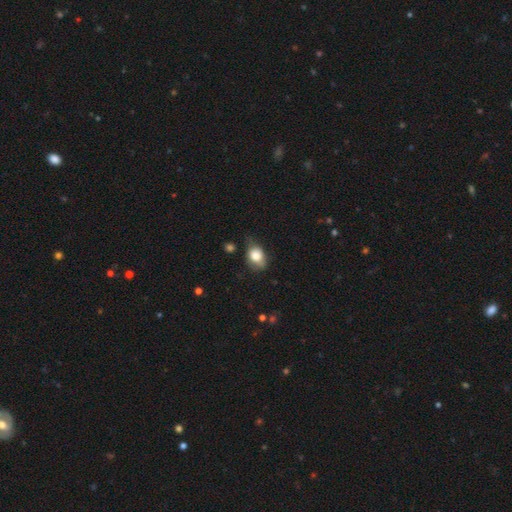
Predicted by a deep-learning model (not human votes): Morphology: type=smooth (79%); roundness=in between (64%); merging=none (48%).